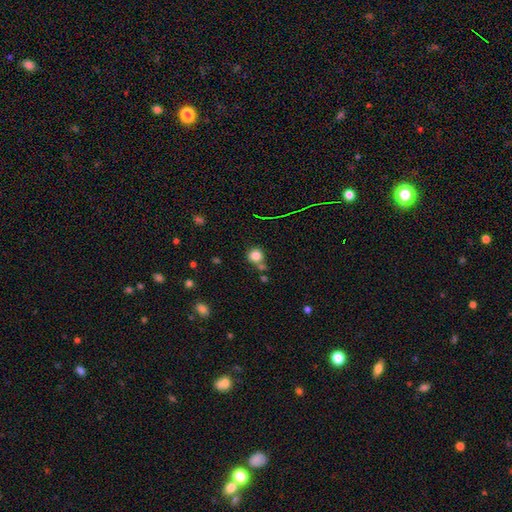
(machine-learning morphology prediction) This appears to be a smooth galaxy with no disk features (81%) that is round (89%). Merging: none (62%).